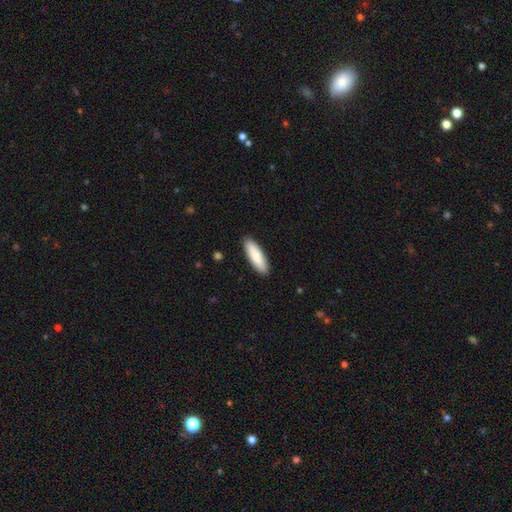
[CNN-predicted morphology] smooth_or_featured: smooth (p=0.88) [alt: featured or disk p=0.07]
how_rounded: cigar-shaped (p=0.55) [alt: in between p=0.43]
merging: none (p=0.91) [alt: minor disturbance p=0.07]